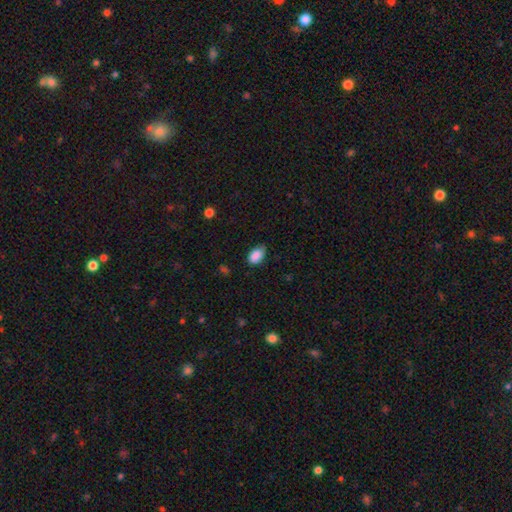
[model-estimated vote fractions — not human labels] The model was most divided on "merging": none: 68%, minor disturbance: 27%, major disturbance: 4%, merger: 1%. More confident: how rounded — in between (91%); smooth or featured — smooth (88%).